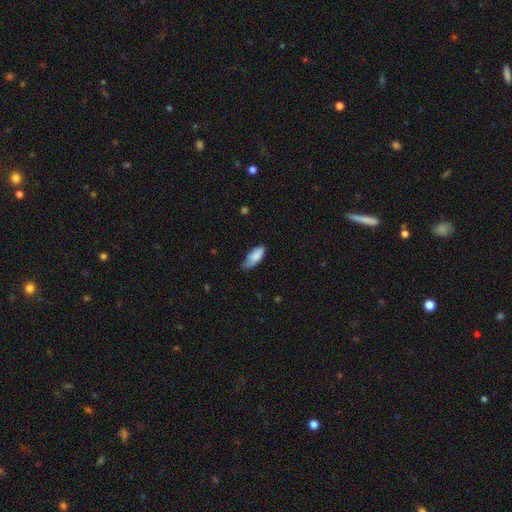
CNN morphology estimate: A smooth galaxy with no disk features (86%) that is in between round and cigar-shaped (82%). Merging: none (53%).